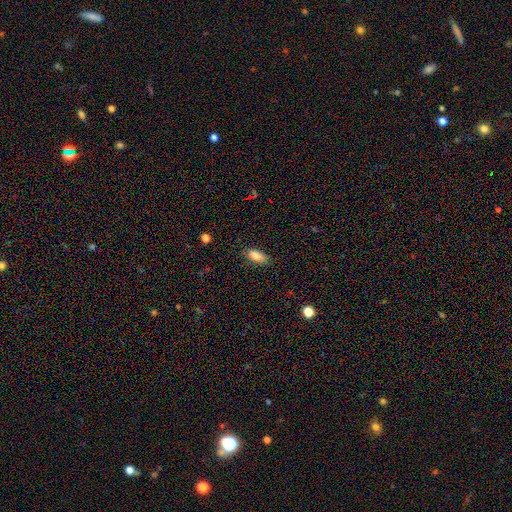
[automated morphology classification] The model was most divided on "merging": none: 84%, minor disturbance: 13%, major disturbance: 3%, merger: 1%. More confident: how rounded — in between (85%); smooth or featured — smooth (83%).